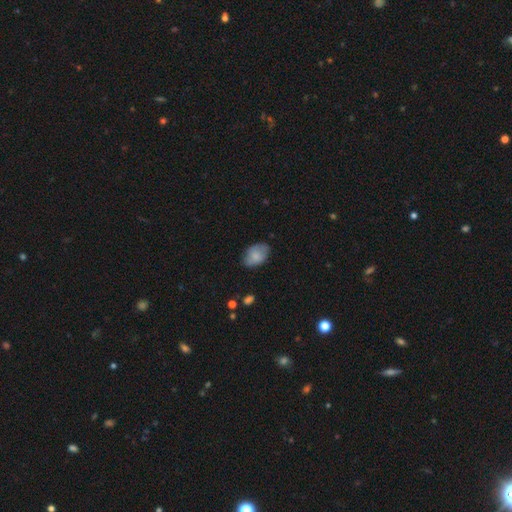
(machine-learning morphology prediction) smooth-or-featured: smooth: 74% | featured or disk: 18% | star or artifact: 7%
  how-rounded: in between: 86% | round: 13% | cigar-shaped: 1%
  merging: none: 67% | minor disturbance: 26% | major disturbance: 6% | merger: 2%